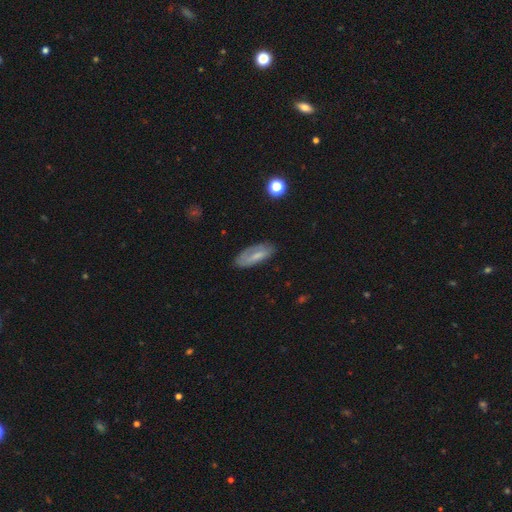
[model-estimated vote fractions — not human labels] smooth-or-featured: smooth: 60% | featured or disk: 32% | star or artifact: 8%
  how-rounded: in between: 73% | cigar-shaped: 25% | round: 2%
  merging: none: 72% | minor disturbance: 20% | major disturbance: 6% | merger: 2%